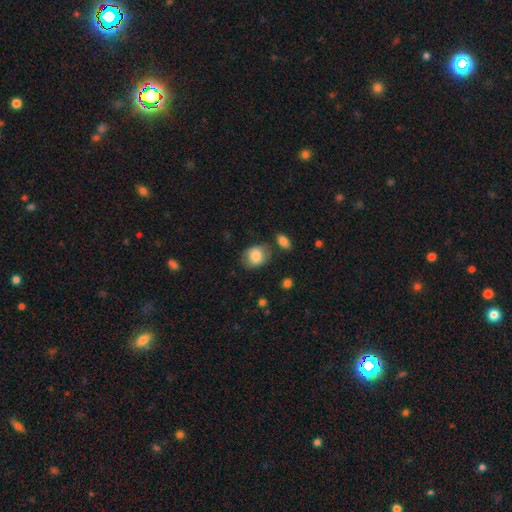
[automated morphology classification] A smooth galaxy with no disk features (81%) that is in between round and cigar-shaped (54%).

Vote fractions:
- Smooth or featured? smooth: 81% / featured or disk: 12% / star or artifact: 8%
- How rounded? in between: 54% / round: 45% / cigar-shaped: 1%
- Merging? none: 67% / minor disturbance: 20% / major disturbance: 6% / merger: 6%